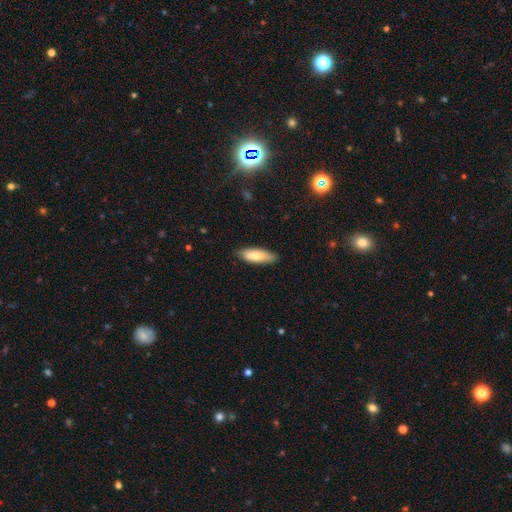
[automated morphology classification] A smooth galaxy with no disk features (79%) that is in between round and cigar-shaped (54%). Merging: none (85%).